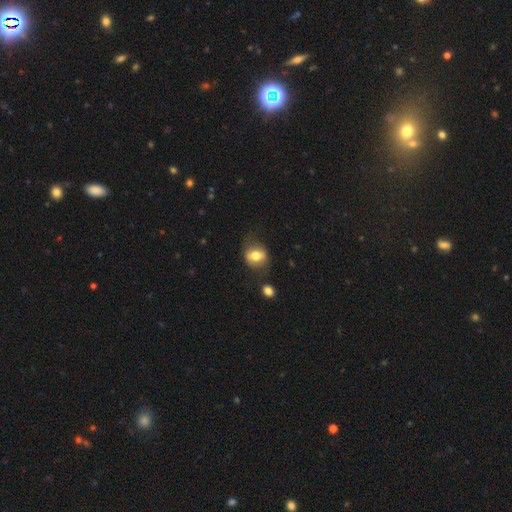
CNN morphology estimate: The model was most divided on "how rounded" (2-way tie): in between: 49%, round: 49%, cigar-shaped: 2%. More confident: merging — none (67%); smooth or featured — smooth (66%).